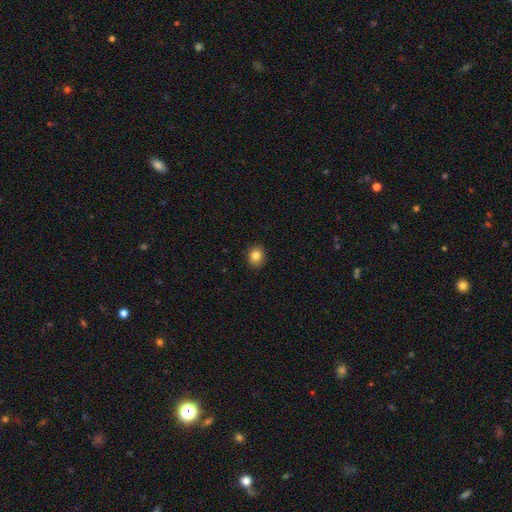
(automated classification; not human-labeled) The model was most divided on "how rounded": round: 60%, in between: 39%, cigar-shaped: 1%. More confident: merging — none (90%); smooth or featured — smooth (83%).